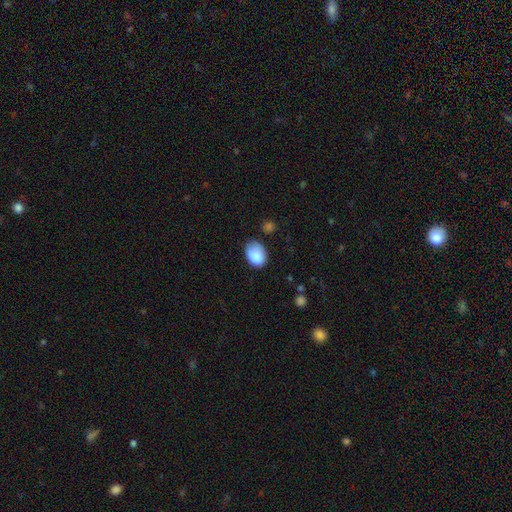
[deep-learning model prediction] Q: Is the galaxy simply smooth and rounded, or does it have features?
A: smooth — 87%.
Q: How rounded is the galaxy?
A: in between — 78%.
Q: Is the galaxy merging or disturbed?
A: none — 62%.